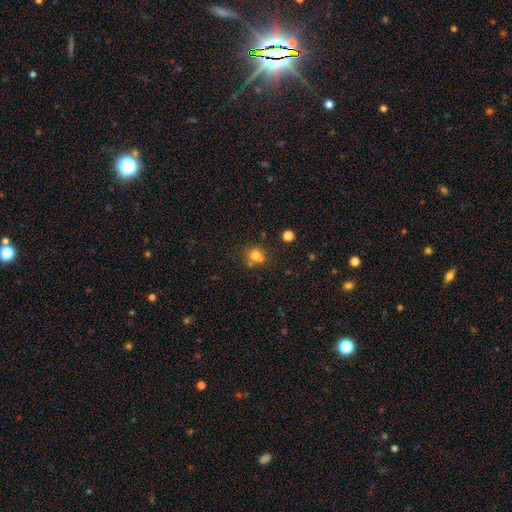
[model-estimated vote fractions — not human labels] This is likely a smooth galaxy (70%). How rounded: clearly round (85%). Merging: possibly none (51%).